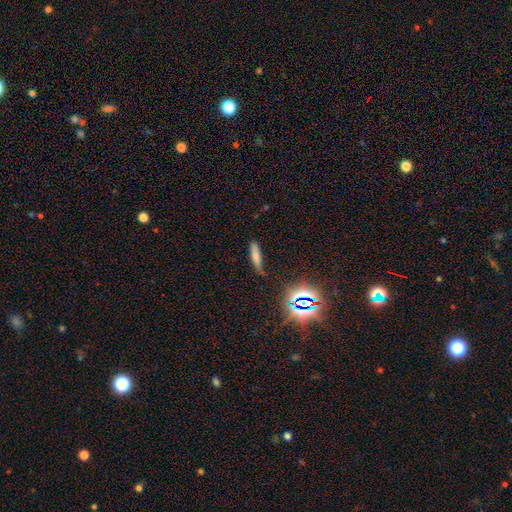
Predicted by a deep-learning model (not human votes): Smooth or featured? Predicted: smooth (p=0.70). How rounded? Predicted: cigar-shaped (p=0.75). Merging? Predicted: none (p=0.69).